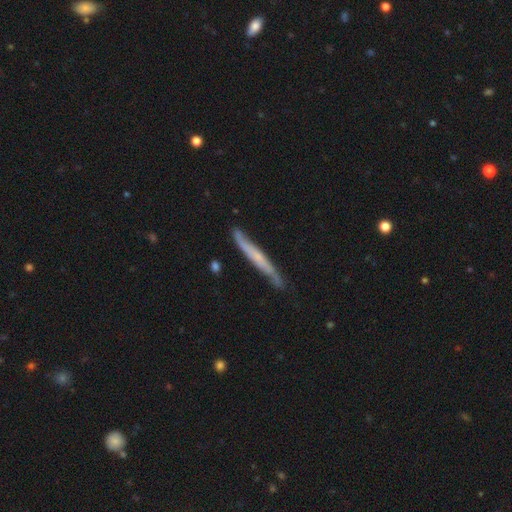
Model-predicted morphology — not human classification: Smooth or featured? featured or disk (60%)
Edge-on disk? yes (83%)
Merging? none (74%)